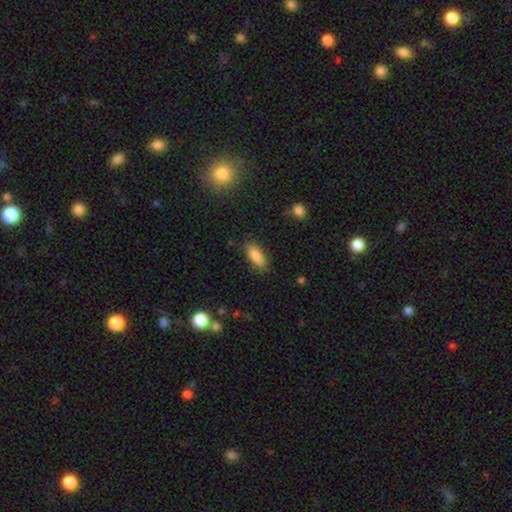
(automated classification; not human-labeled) Morphology: type=smooth (85%); roundness=in between (76%); merging=none (85%).